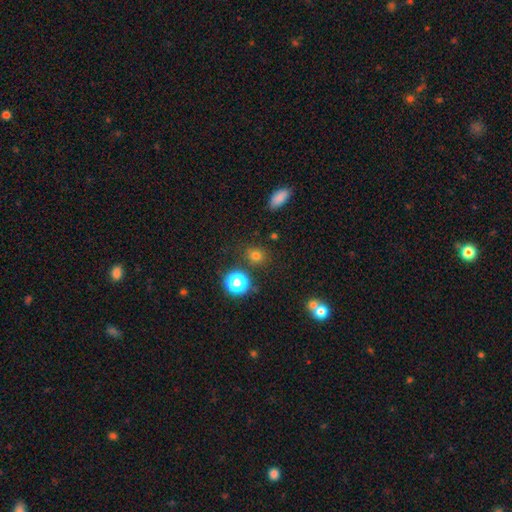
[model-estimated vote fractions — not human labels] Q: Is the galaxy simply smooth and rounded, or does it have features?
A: smooth — 73%.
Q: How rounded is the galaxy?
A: round — 76%.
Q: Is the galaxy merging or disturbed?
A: none — 81%.